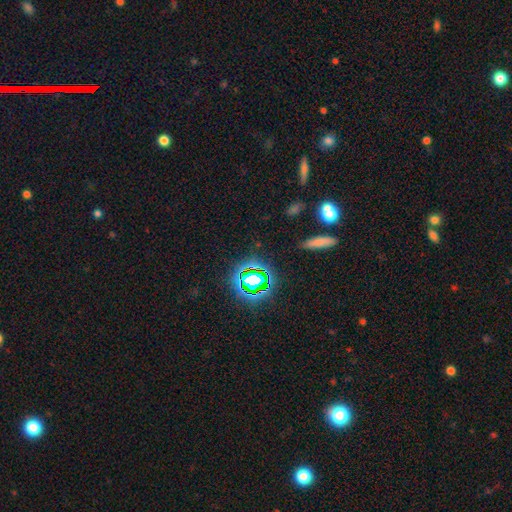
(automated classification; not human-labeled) Smooth or featured?
  - star or artifact: 69% *
  - smooth: 19%
  - featured or disk: 12%